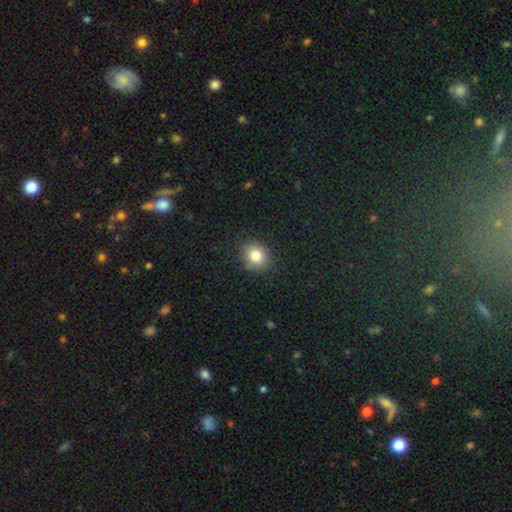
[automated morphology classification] type=smooth (83%); roundness=round (65%); merging=none (85%).